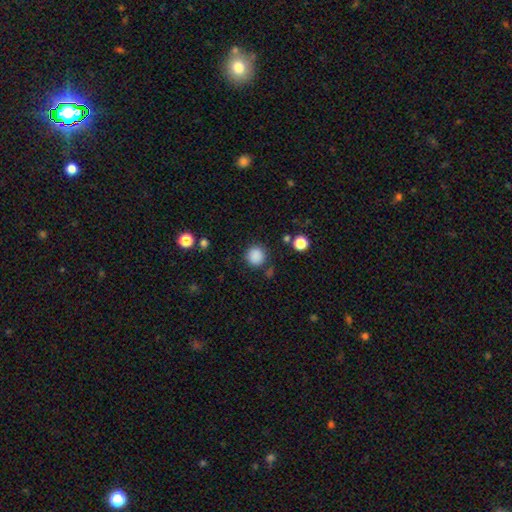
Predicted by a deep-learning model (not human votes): Morphology: type=smooth (87%); roundness=round (92%); merging=none (85%).